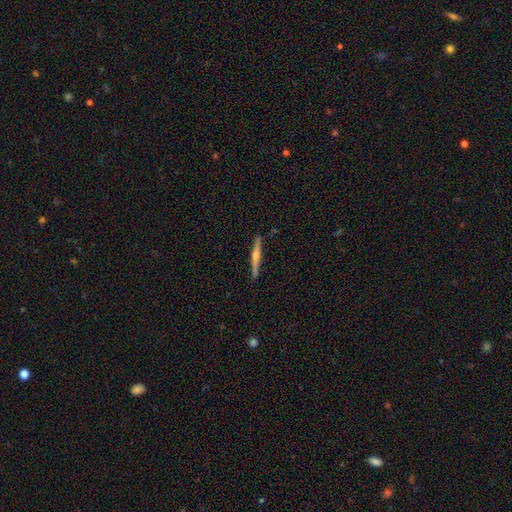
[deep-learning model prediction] A featured or disk galaxy (70%) viewed edge-on (98%) with a rounded central bulge (81%).

Vote fractions:
- Smooth or featured? featured or disk: 70% / smooth: 25% / star or artifact: 6%
- Edge-on disk? yes: 98% / no: 2%
- Edge-on bulge? rounded: 81% / none: 11% / boxy: 7%
- Merging? none: 89% / minor disturbance: 8% / major disturbance: 1% / merger: 1%